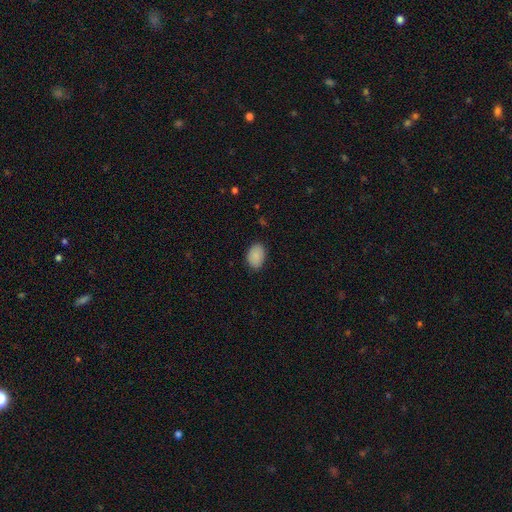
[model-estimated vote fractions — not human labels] Morphology: type=smooth (89%); roundness=in between (82%); merging=none (85%).